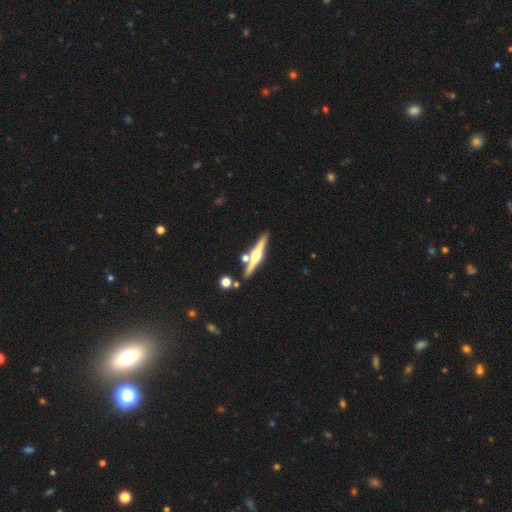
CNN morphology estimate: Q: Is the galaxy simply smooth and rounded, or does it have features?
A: featured or disk — 76%.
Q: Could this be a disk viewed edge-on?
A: yes — 98%.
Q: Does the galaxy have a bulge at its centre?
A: rounded — 94%.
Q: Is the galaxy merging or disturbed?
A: none — 81%.